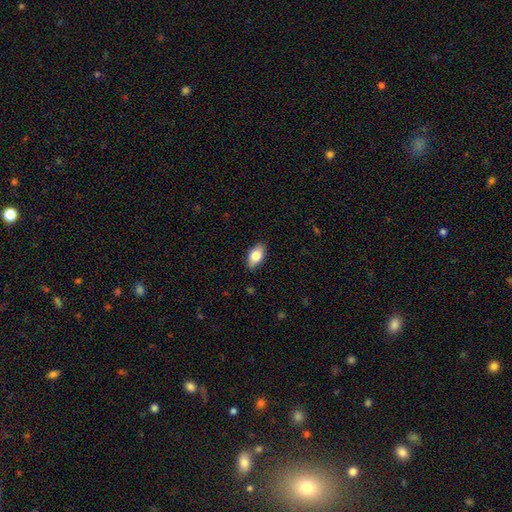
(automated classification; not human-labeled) This is likely a smooth galaxy (79%). How rounded: clearly in between (90%). Merging: clearly none (86%).